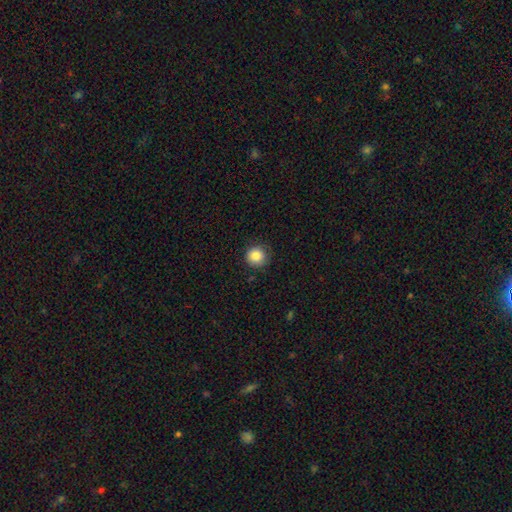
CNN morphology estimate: Smooth or featured? smooth (85%)
How rounded? round (94%)
Merging? none (82%)